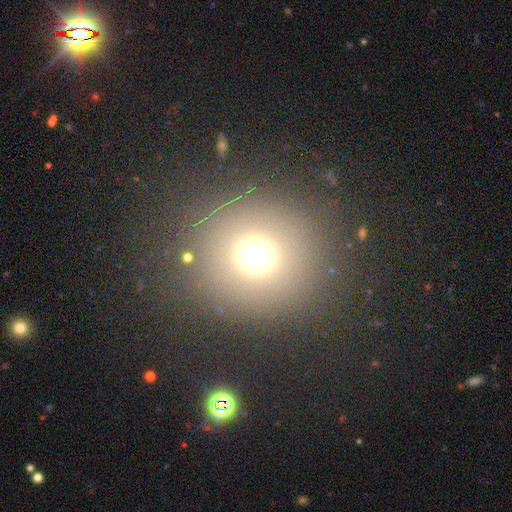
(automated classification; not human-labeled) A smooth galaxy with no disk features (65%) that is round (91%). Merging: none (86%).